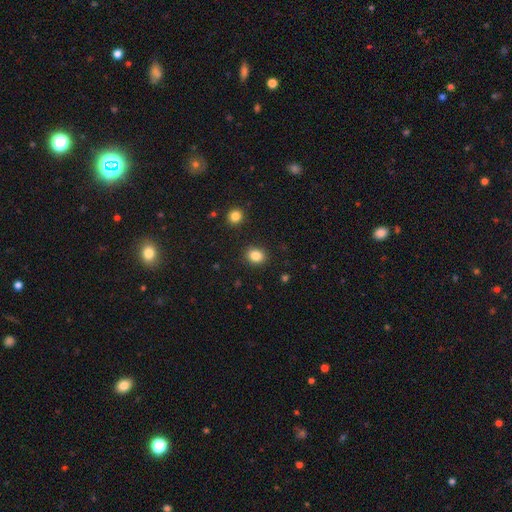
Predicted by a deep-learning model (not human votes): smooth_or_featured: smooth (p=0.85) [alt: star or artifact p=0.11]
how_rounded: round (p=0.64) [alt: in between p=0.35]
merging: none (p=0.89) [alt: minor disturbance p=0.07]